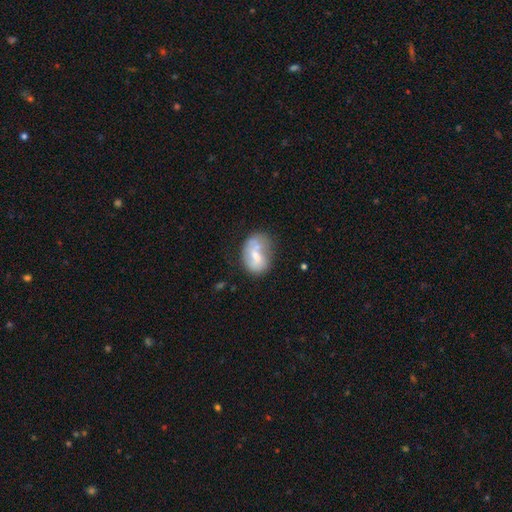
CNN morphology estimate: This appears to be a smooth galaxy with no disk features (54%) that is in between round and cigar-shaped (73%). Merging: none (36%).